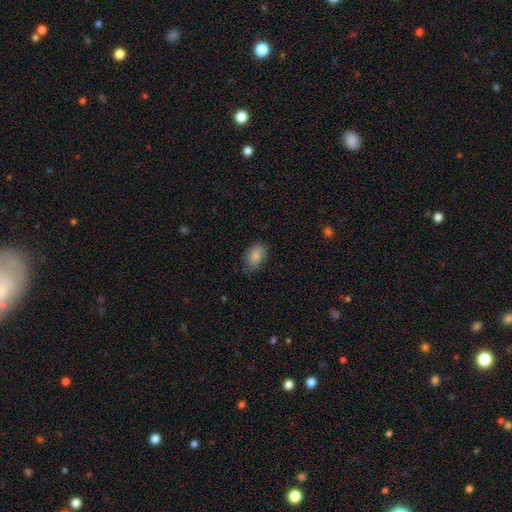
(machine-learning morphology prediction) Smooth or featured? smooth (84%)
How rounded? in between (89%)
Merging? none (75%)